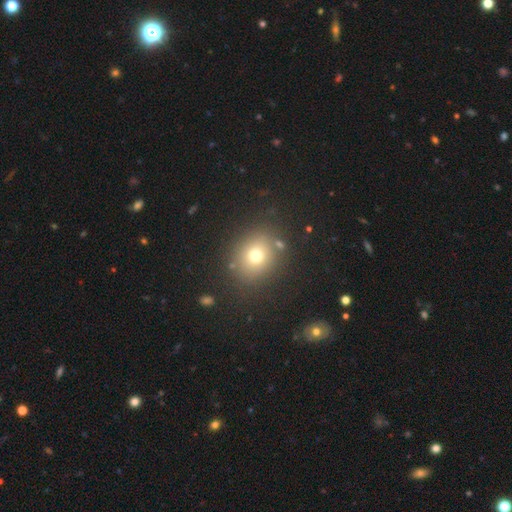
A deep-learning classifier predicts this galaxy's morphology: A smooth galaxy with no disk features (71%) that is round (69%).

Vote fractions:
- Smooth or featured? smooth: 71% / star or artifact: 17% / featured or disk: 12%
- How rounded? round: 69% / in between: 30% / cigar-shaped: 1%
- Merging? none: 81% / minor disturbance: 10% / merger: 5% / major disturbance: 4%